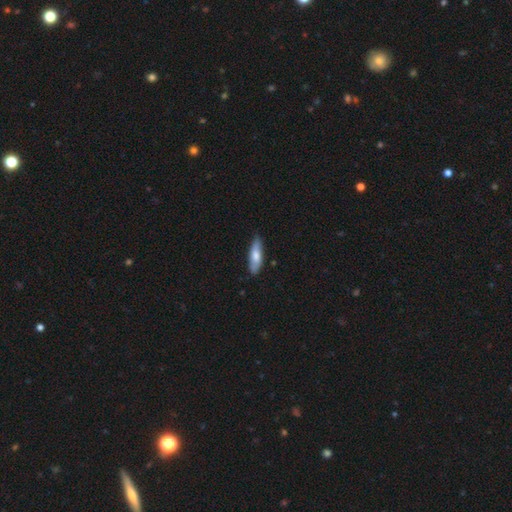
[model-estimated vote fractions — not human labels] Smooth or featured?
  - smooth: 70% *
  - featured or disk: 24%
  - star or artifact: 5%
How rounded?
  - cigar-shaped: 52% *
  - in between: 46%
  - round: 2%
Merging?
  - none: 81% *
  - minor disturbance: 16%
  - major disturbance: 2%
  - merger: 1%